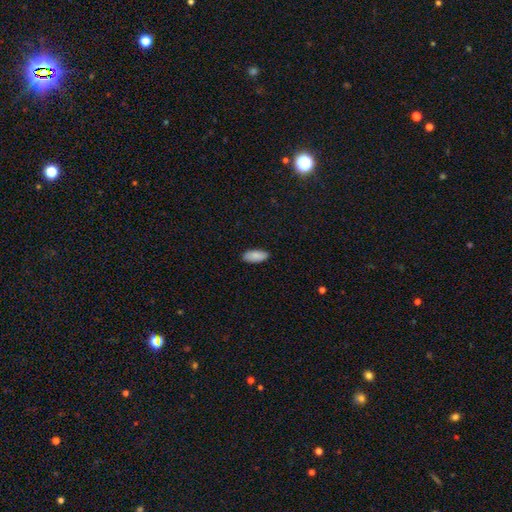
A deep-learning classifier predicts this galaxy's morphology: This is clearly a smooth galaxy (88%). How rounded: clearly in between (88%). Merging: clearly none (89%).